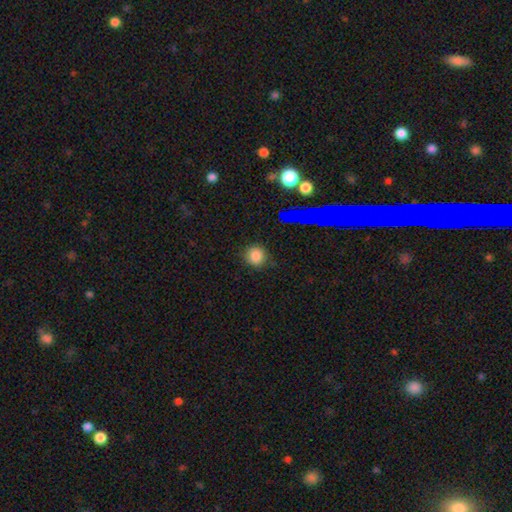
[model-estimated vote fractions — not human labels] Q: Smooth or featured?
A: smooth (81%); runner-up: star or artifact (13%)
Q: How rounded?
A: round (90%); runner-up: in between (9%)
Q: Merging?
A: none (84%); runner-up: minor disturbance (12%)